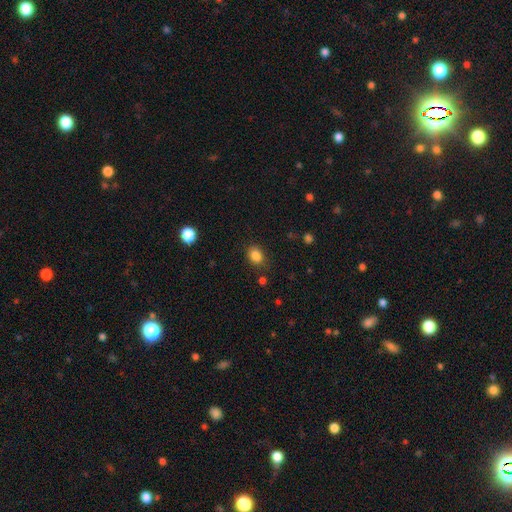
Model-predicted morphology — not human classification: A smooth galaxy with no disk features (85%) that is in between round and cigar-shaped (61%). Merging: none (82%).